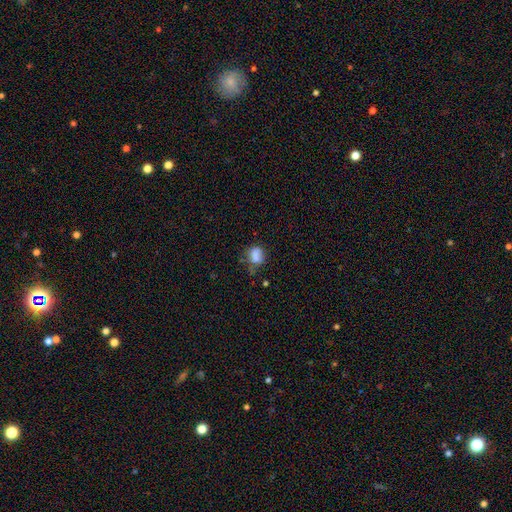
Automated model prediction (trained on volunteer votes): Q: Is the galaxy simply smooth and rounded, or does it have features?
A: smooth — 79%.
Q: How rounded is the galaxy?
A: in between — 58%.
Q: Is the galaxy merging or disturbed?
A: none — 44%.